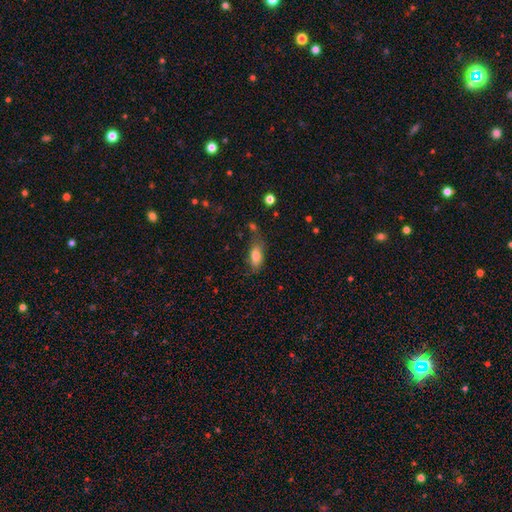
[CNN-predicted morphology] smooth_or_featured: smooth (p=0.80) [alt: featured or disk p=0.11]
how_rounded: in between (p=0.83) [alt: cigar-shaped p=0.13]
merging: none (p=0.56) [alt: minor disturbance p=0.27]